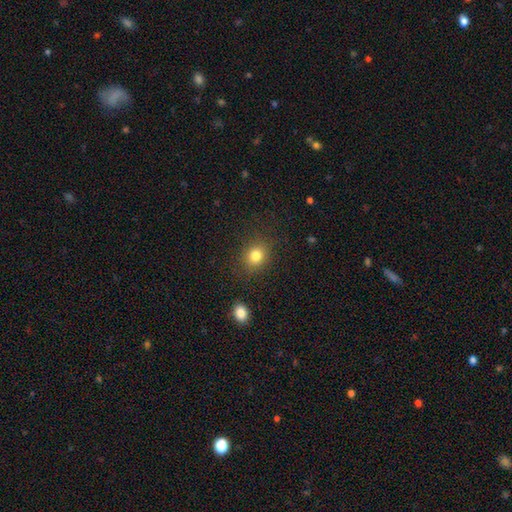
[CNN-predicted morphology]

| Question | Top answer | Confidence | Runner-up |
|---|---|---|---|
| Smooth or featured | smooth | 82% | star or artifact (12%) |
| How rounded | round | 67% | in between (32%) |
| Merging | none | 85% | minor disturbance (10%) |